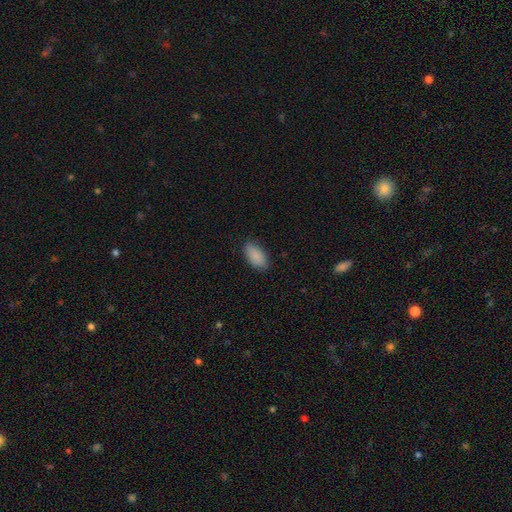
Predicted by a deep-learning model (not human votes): smooth 89%, star or artifact 6%, featured or disk 5%. Down the decision tree: how rounded — in between (93%); merging — none (84%).